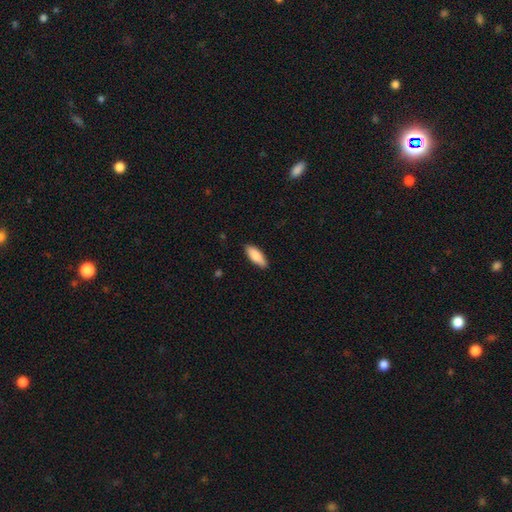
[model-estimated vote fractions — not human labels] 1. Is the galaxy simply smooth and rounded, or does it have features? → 84% smooth, 11% featured or disk, 5% star or artifact.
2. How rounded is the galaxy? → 71% in between, 27% cigar-shaped, 2% round.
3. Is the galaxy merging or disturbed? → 86% none, 11% minor disturbance, 2% major disturbance, 1% merger.